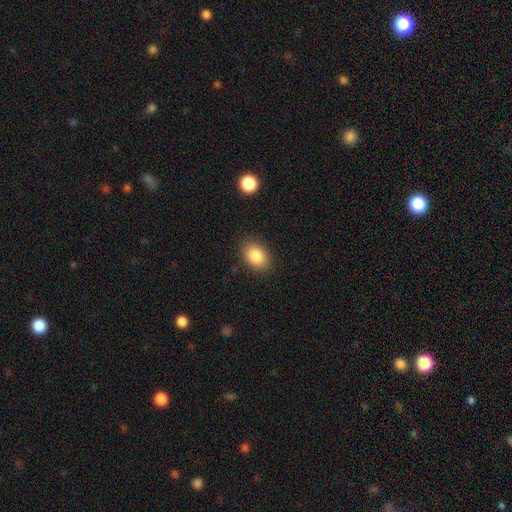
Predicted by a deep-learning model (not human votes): Morphology: type=smooth (85%); roundness=in between (76%); merging=none (87%).